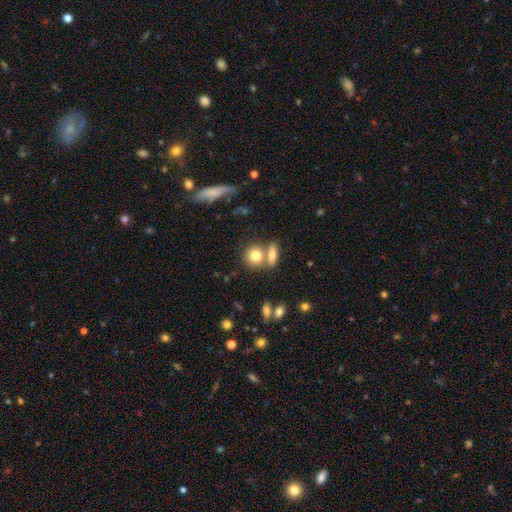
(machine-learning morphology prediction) The model was most divided on "merging": none: 51%, merger: 36%, minor disturbance: 9%, major disturbance: 4%. More confident: smooth or featured — smooth (78%); how rounded — round (68%).